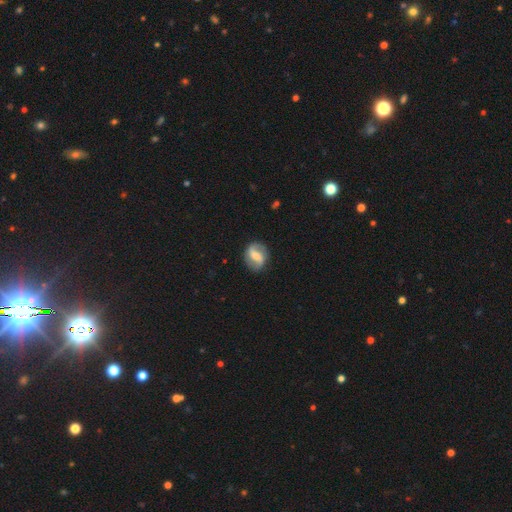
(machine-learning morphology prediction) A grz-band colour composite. It shows a featured or disk galaxy (69%) with a strong bar (42%), 2 (88%) medium (41%) spiral arms (86%) and a moderate central bulge (45%). Merging: none (83%).